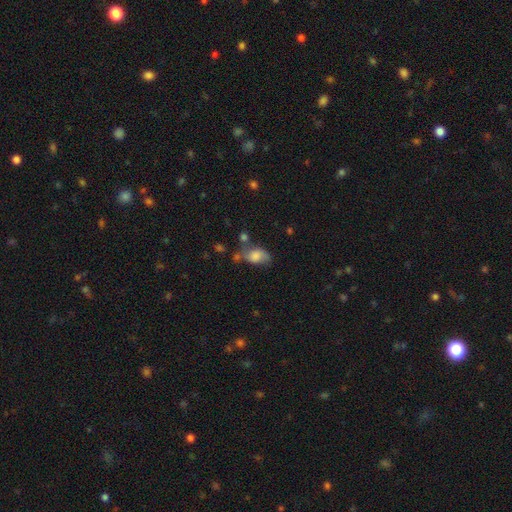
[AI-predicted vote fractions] The model was most divided on "merging": none: 41%, minor disturbance: 30%, major disturbance: 16%, merger: 13%. More confident: how rounded — in between (85%); smooth or featured — smooth (68%).